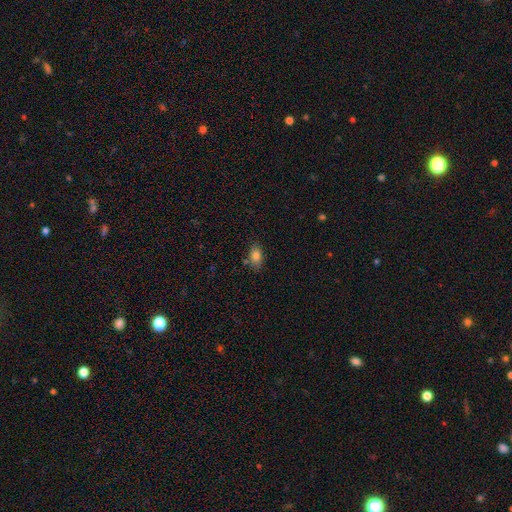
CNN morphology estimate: This appears to be a smooth galaxy with no disk features (82%) that is in between round and cigar-shaped (86%). Merging: none (76%).